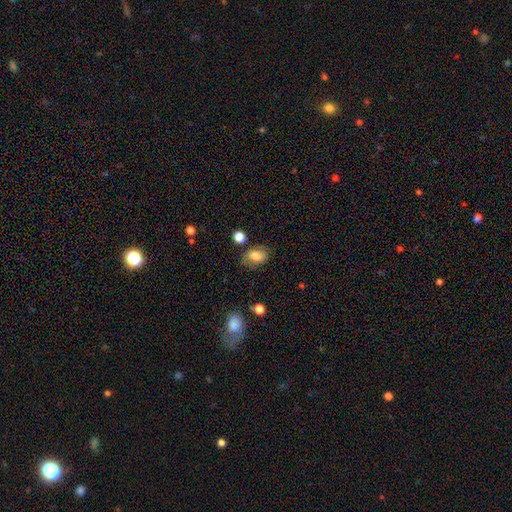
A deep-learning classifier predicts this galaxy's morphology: Q: Smooth or featured?
A: smooth (78%); runner-up: featured or disk (13%)
Q: How rounded?
A: in between (82%); runner-up: round (17%)
Q: Merging?
A: none (63%); runner-up: minor disturbance (23%)